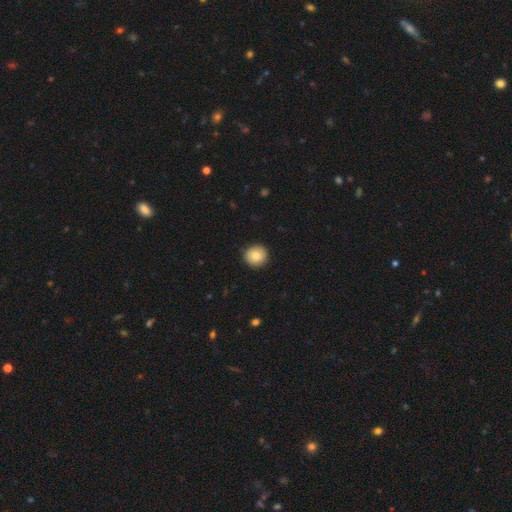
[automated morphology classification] smooth_or_featured: smooth (p=0.85) [alt: star or artifact p=0.08]
how_rounded: round (p=0.93) [alt: in between p=0.06]
merging: none (p=0.90) [alt: minor disturbance p=0.07]